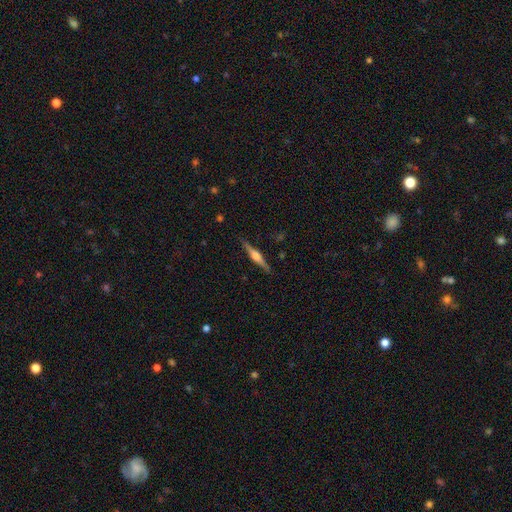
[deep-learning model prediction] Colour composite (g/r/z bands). It shows a featured or disk galaxy (72%) viewed edge-on (98%) with a rounded central bulge (78%). Merging: none (89%).